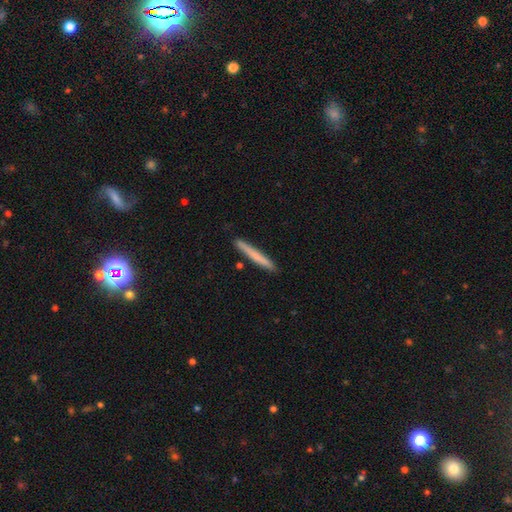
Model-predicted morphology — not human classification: This appears to be a smooth galaxy with no disk features (67%) that is cigar-shaped (97%). Merging: none (89%).